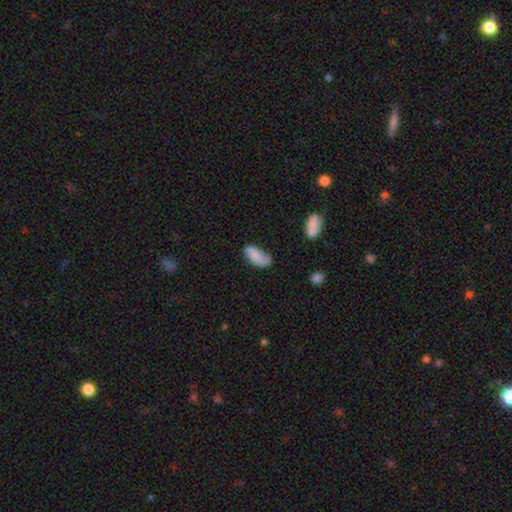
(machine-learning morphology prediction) type=smooth (55%); roundness=in between (88%); merging=none (56%).